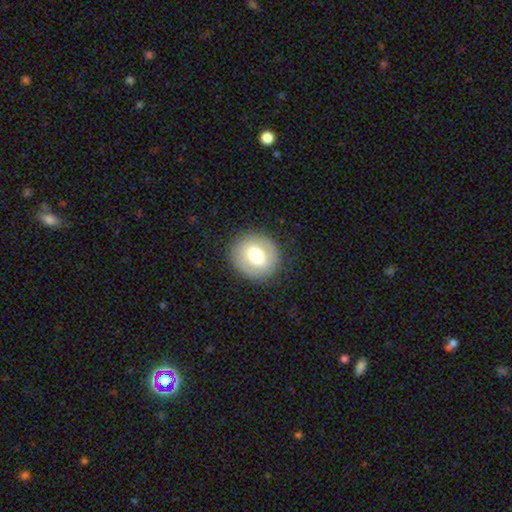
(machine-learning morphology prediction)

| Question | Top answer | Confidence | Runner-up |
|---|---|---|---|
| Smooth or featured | smooth | 67% | featured or disk (25%) |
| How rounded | round | 81% | in between (18%) |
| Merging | none | 87% | minor disturbance (8%) |